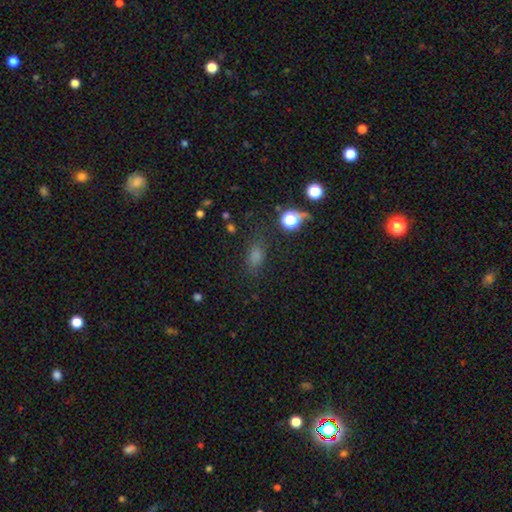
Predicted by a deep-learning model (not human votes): A smooth galaxy with no disk features (71%) that is in between round and cigar-shaped (76%).

Vote fractions:
- Smooth or featured? smooth: 71% / star or artifact: 22% / featured or disk: 7%
- How rounded? in between: 76% / round: 19% / cigar-shaped: 5%
- Merging? none: 73% / minor disturbance: 16% / major disturbance: 7% / merger: 3%